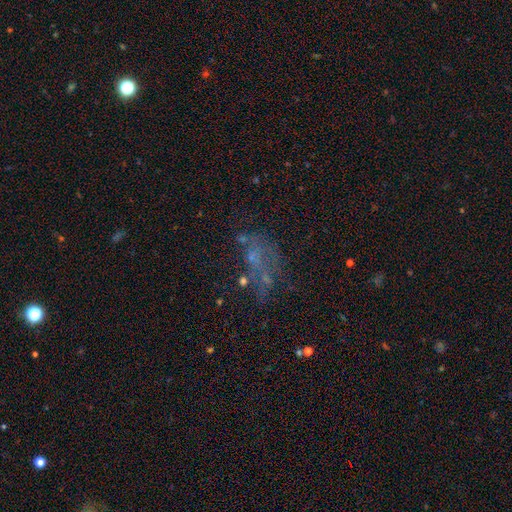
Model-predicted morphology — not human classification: This is marginally a featured or disk galaxy (42%). Merging: marginally none (39%).